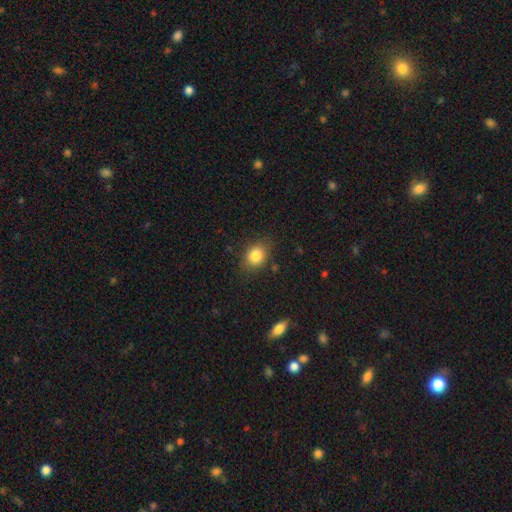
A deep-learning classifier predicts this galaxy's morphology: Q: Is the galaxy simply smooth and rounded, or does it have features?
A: smooth — 83%.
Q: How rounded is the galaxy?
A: round — 51%.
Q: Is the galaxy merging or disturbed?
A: none — 83%.